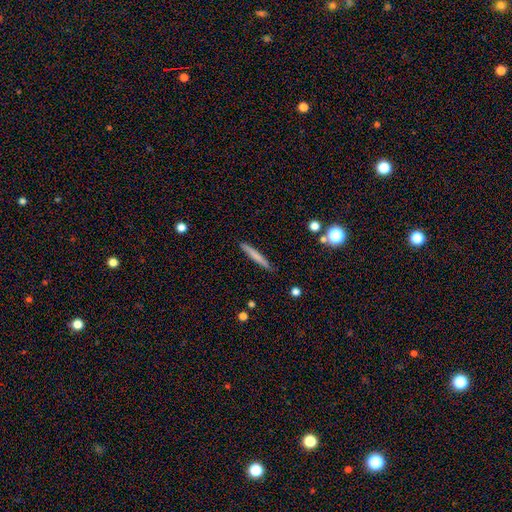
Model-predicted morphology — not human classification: smooth-or-featured: smooth: 70% | featured or disk: 23% | star or artifact: 6%
  how-rounded: cigar-shaped: 95% | in between: 3% | round: 1%
  merging: none: 89% | minor disturbance: 8% | major disturbance: 2% | merger: 1%